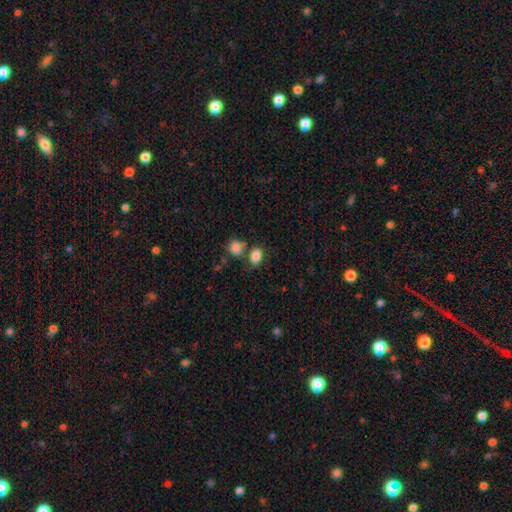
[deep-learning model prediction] Smooth or featured? Predicted: smooth (p=0.84). How rounded? Predicted: in between (p=0.76). Merging? Predicted: none (p=0.58).